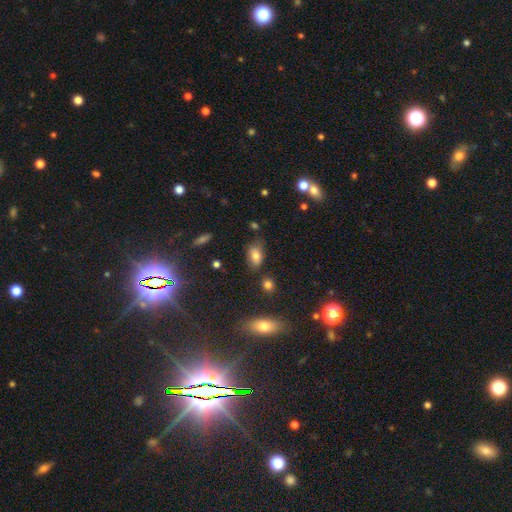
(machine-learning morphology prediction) This appears to be a smooth galaxy with no disk features (76%) that is in between round and cigar-shaped (88%). Merging: none (68%).